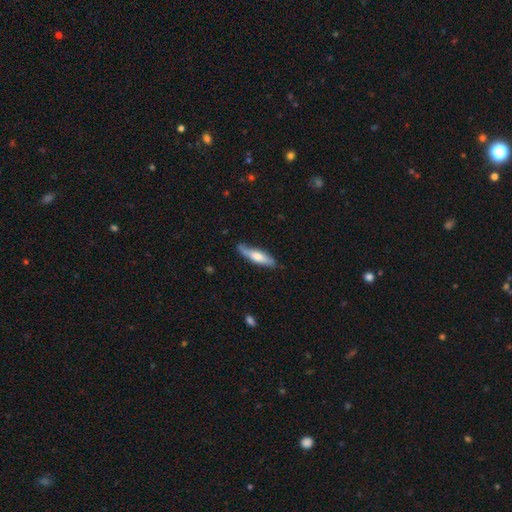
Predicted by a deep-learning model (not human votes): The model was most divided on "smooth or featured": smooth: 57%, featured or disk: 37%, star or artifact: 5%. More confident: merging — none (71%); how rounded — cigar-shaped (70%).